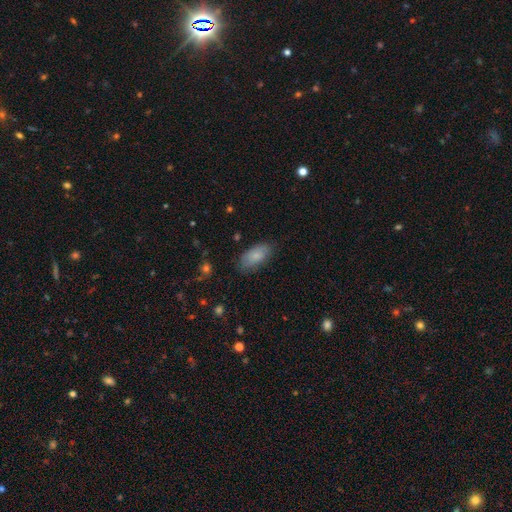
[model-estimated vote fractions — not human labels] The model was most divided on "merging": none: 77%, minor disturbance: 17%, major disturbance: 4%, merger: 1%. More confident: how rounded — in between (90%); smooth or featured — smooth (82%).